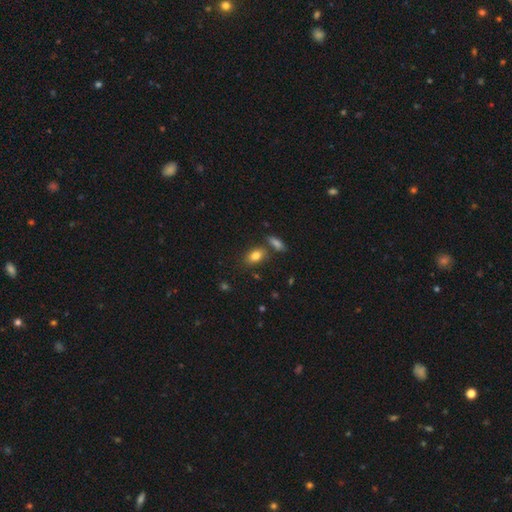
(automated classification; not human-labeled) Overall: smooth (82%). How rounded: in between (84%). Merging: none (70%).